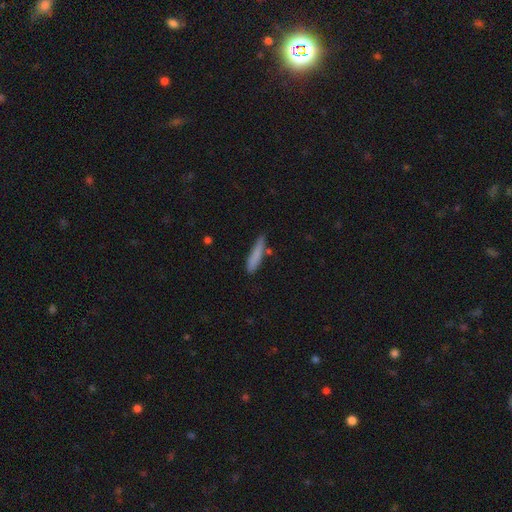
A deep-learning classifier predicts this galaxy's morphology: A smooth galaxy with no disk features (81%) that is cigar-shaped (89%). Merging: none (71%).